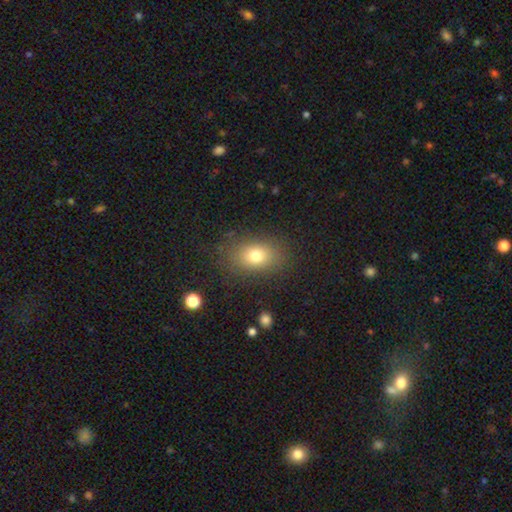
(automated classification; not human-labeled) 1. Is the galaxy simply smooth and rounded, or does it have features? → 76% smooth, 12% star or artifact, 11% featured or disk.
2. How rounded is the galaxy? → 73% in between, 26% round, 1% cigar-shaped.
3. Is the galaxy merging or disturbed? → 83% none, 11% minor disturbance, 5% major disturbance, 2% merger.